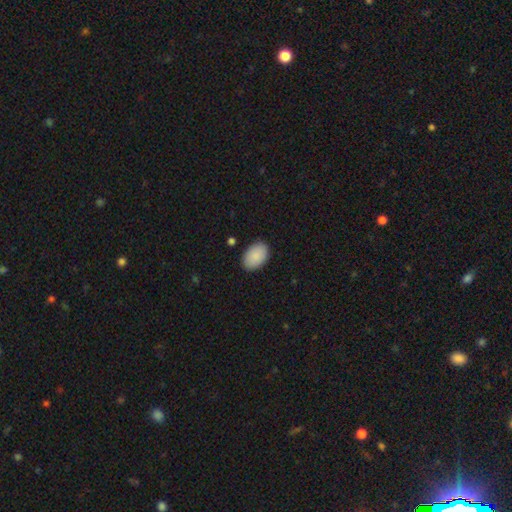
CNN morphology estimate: type=smooth (89%); roundness=in between (90%); merging=none (87%).